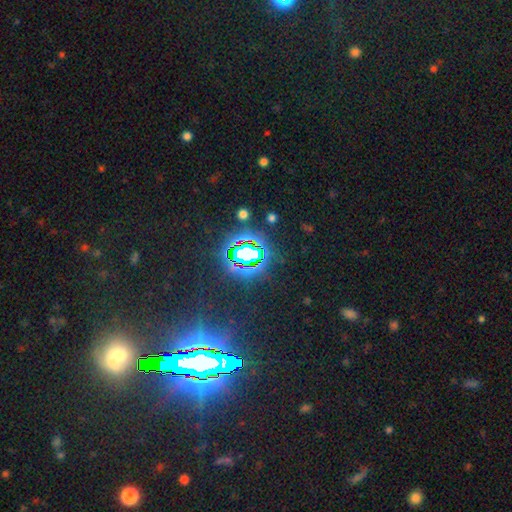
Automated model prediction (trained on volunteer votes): This is clearly a star or artifact rather than a galaxy (85%).